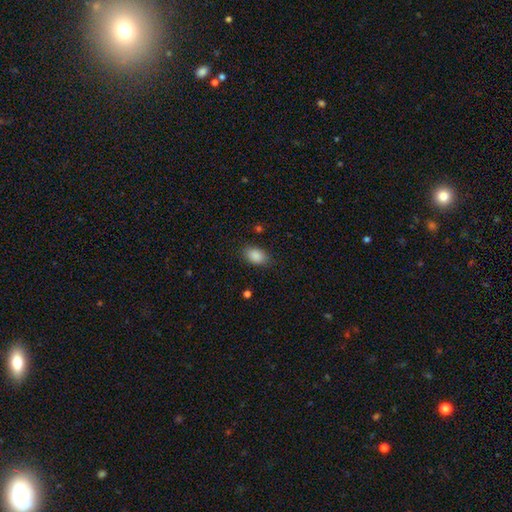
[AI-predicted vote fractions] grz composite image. It shows a smooth galaxy with no disk features (88%) that is in between round and cigar-shaped (84%). Merging: none (82%).